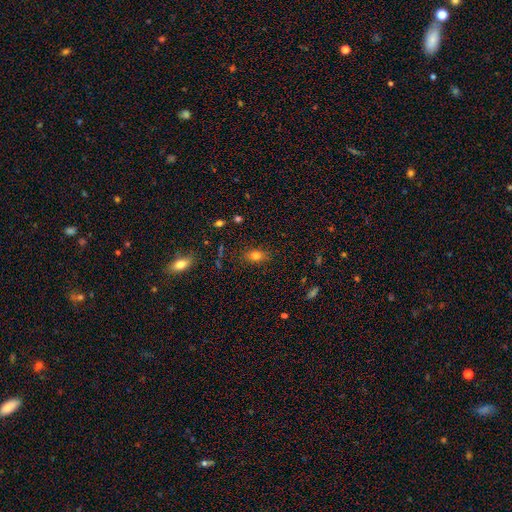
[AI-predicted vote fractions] Smooth or featured? smooth (78%)
How rounded? in between (73%)
Merging? none (82%)